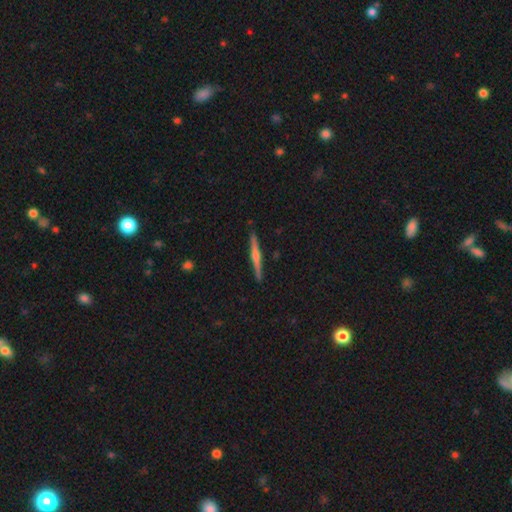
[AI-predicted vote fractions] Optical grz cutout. It shows a featured or disk galaxy (73%) viewed edge-on (98%) with a rounded central bulge (81%). Merging: none (92%).